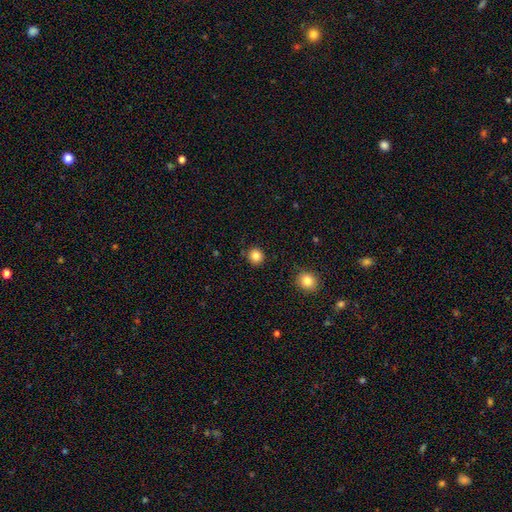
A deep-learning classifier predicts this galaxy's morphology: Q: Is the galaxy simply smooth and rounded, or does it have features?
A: smooth — 84%.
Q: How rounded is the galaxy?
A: round — 92%.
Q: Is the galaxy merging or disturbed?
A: none — 89%.